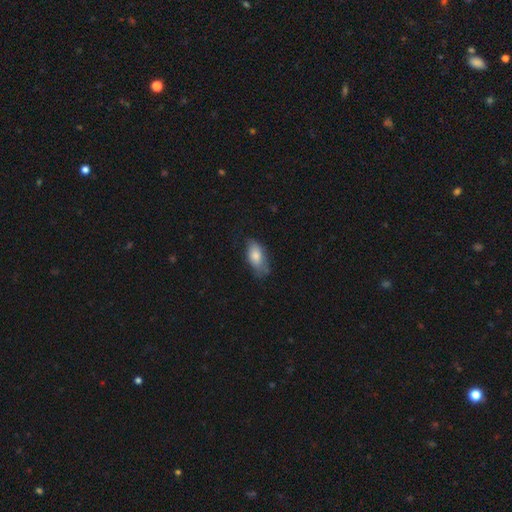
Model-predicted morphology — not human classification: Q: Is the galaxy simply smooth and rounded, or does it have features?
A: smooth — 78%.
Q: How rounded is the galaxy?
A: in between — 89%.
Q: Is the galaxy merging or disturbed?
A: none — 59%.